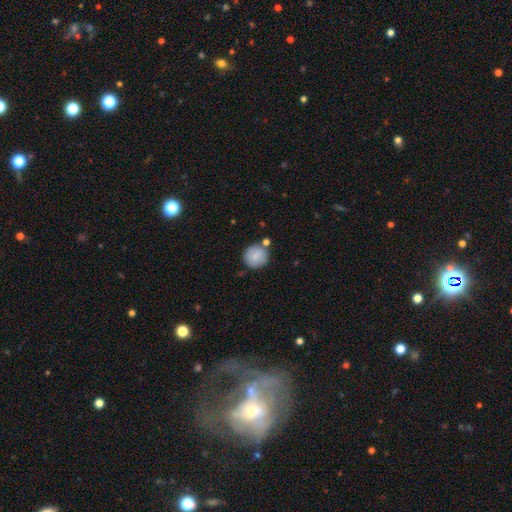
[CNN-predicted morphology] A smooth galaxy with no disk features (85%) that is round (91%).

Vote fractions:
- Smooth or featured? smooth: 85% / featured or disk: 8% / star or artifact: 7%
- How rounded? round: 91% / in between: 8% / cigar-shaped: 1%
- Merging? none: 73% / minor disturbance: 12% / merger: 11% / major disturbance: 3%